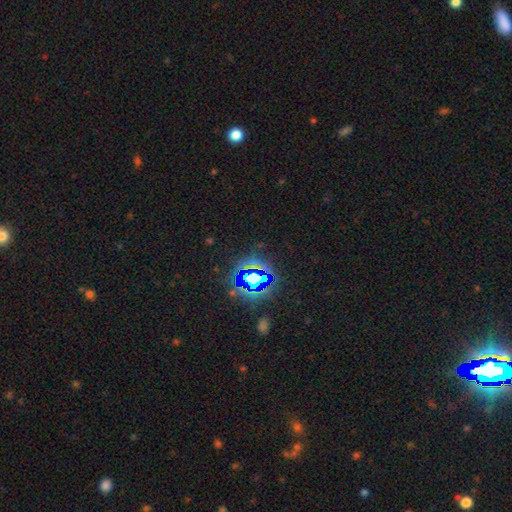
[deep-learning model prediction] Q: Smooth or featured?
A: star or artifact (79%); runner-up: smooth (13%)